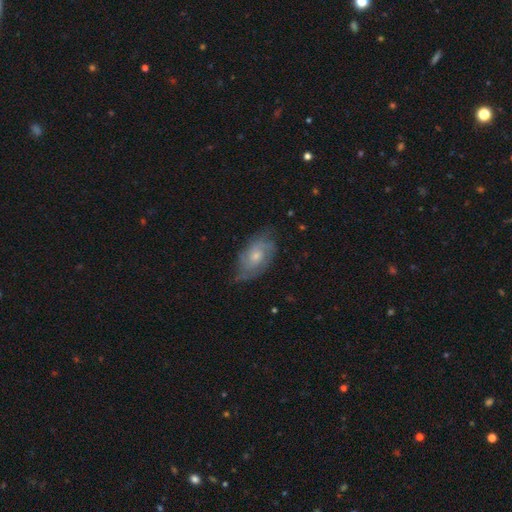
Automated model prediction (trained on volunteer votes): Morphology: type=featured or disk (67%); edge-on=no (94%); bar=no (73%); spiral arms=yes (86%); winding=tight (47%); arm count=2 (39%); bulge=moderate (51%); merging=none (64%).